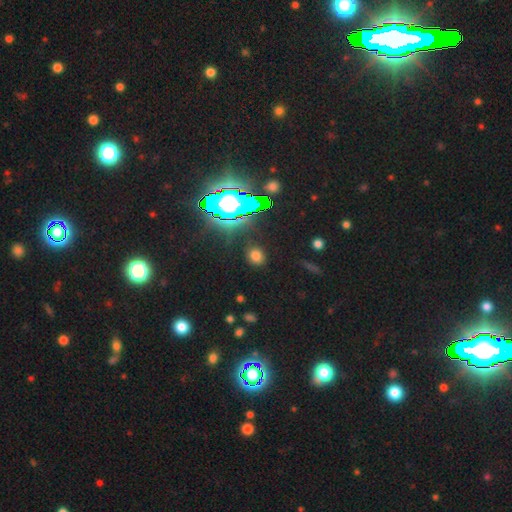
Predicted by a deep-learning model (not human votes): A smooth galaxy with no disk features (66%) that is round (76%). Merging: none (87%).